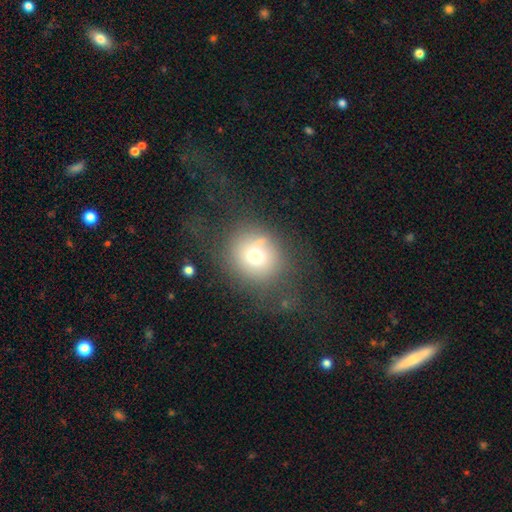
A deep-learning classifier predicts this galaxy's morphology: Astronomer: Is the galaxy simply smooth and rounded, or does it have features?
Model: smooth — 68%.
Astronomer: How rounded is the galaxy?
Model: round — 82%.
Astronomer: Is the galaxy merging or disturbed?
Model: none — 61%.